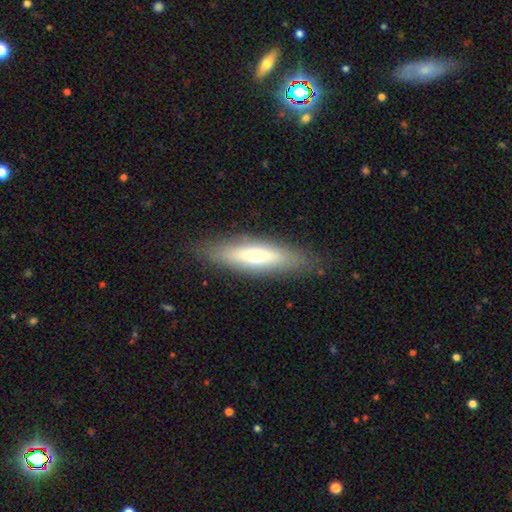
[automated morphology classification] A smooth galaxy with no disk features (57%) that is cigar-shaped (62%).

Vote fractions:
- Smooth or featured? smooth: 57% / featured or disk: 36% / star or artifact: 6%
- How rounded? cigar-shaped: 62% / in between: 36% / round: 2%
- Merging? none: 85% / minor disturbance: 11% / major disturbance: 3% / merger: 1%